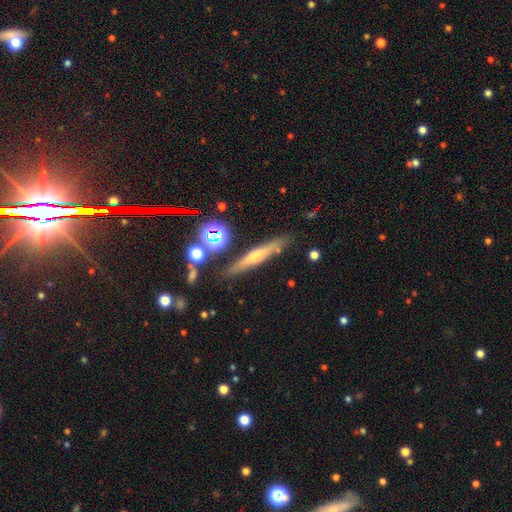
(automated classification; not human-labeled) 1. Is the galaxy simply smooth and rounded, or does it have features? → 49% featured or disk, 39% smooth, 12% star or artifact.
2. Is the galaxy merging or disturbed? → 82% none, 11% minor disturbance, 4% merger, 3% major disturbance.